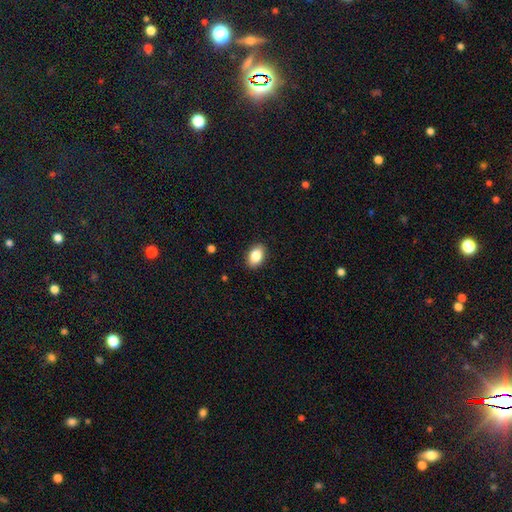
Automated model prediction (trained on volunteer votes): smooth 85%, star or artifact 8%, featured or disk 7%. Down the decision tree: how rounded — in between (86%); merging — none (89%).